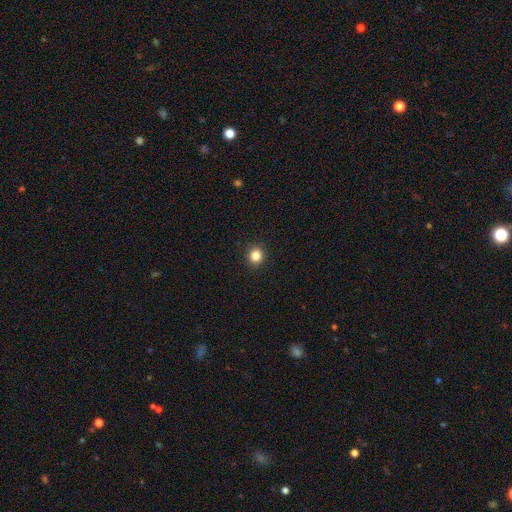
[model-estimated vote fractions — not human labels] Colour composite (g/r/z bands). It shows a smooth galaxy with no disk features (84%) that is round (91%). Merging: none (92%).